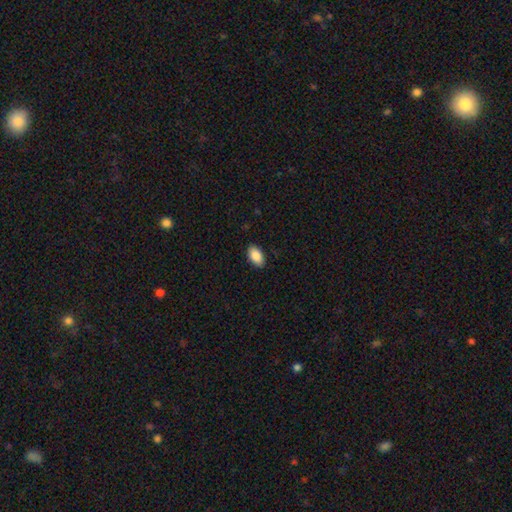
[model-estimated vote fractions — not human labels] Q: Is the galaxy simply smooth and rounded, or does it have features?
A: smooth — 88%.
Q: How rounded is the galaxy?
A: in between — 94%.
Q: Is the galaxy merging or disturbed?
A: none — 89%.